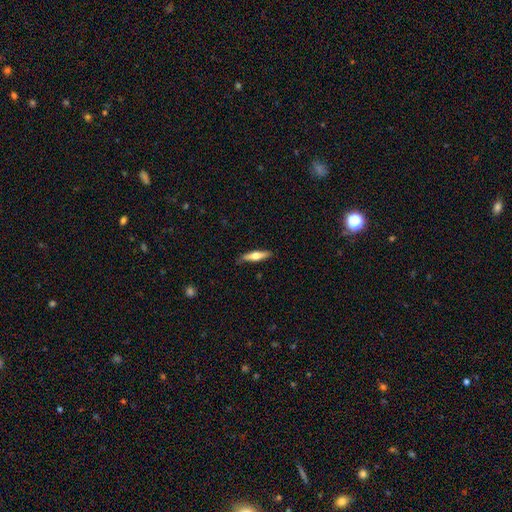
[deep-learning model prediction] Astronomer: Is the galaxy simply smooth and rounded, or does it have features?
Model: smooth — 50% (runner-up: featured or disk, 45%).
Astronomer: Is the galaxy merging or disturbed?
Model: none — 86%.